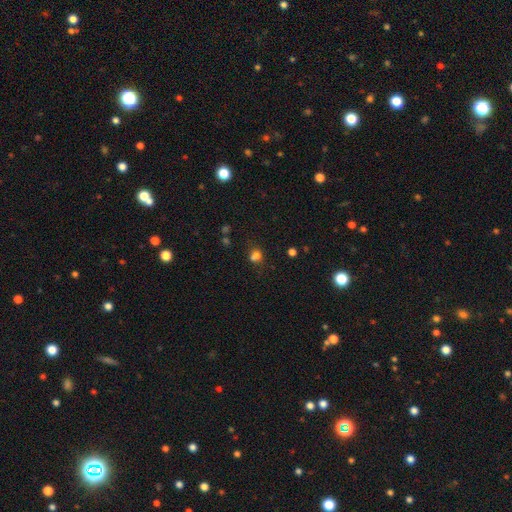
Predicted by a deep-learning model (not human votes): A smooth galaxy with no disk features (72%) that is round (61%). Merging: none (51%).